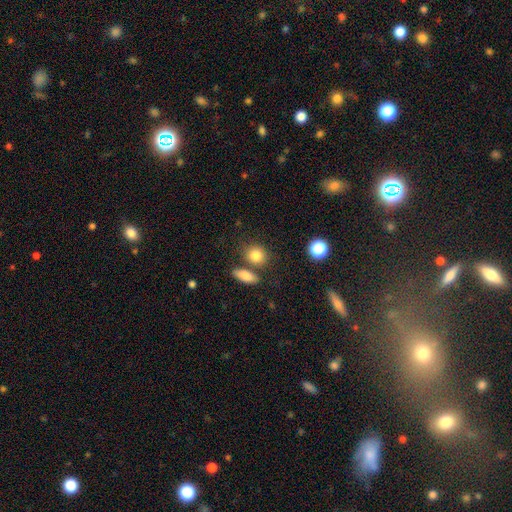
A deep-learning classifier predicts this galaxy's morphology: smooth 84%, star or artifact 9%, featured or disk 7%. Down the decision tree: how rounded — round (65%); merging — none (66%).